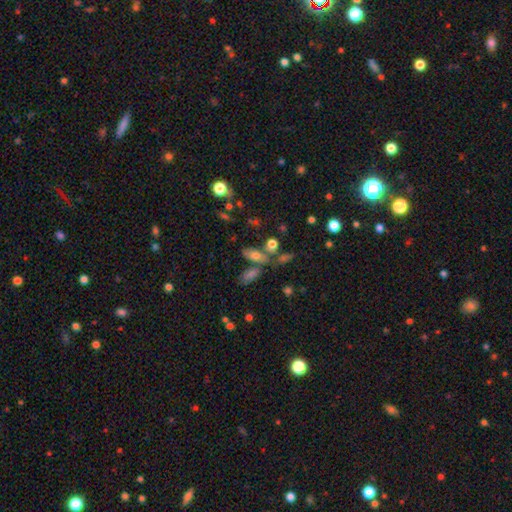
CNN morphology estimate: Q: Smooth or featured?
A: smooth (66%); runner-up: featured or disk (19%)
Q: How rounded?
A: in between (76%); runner-up: cigar-shaped (14%)
Q: Merging?
A: none (54%); runner-up: merger (24%)